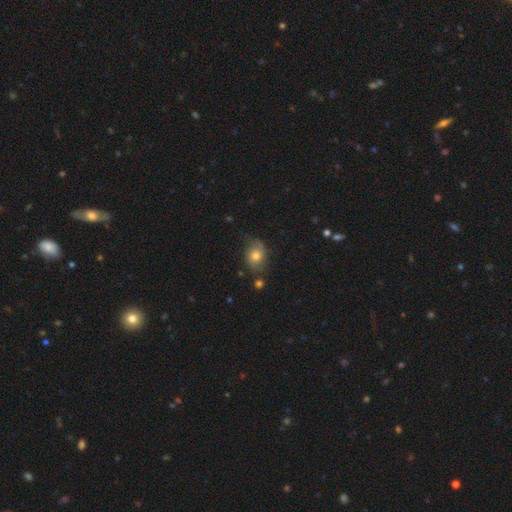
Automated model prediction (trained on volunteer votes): smooth-or-featured: smooth: 61% | featured or disk: 28% | star or artifact: 10%
  how-rounded: in between: 57% | round: 42% | cigar-shaped: 1%
  merging: none: 59% | minor disturbance: 28% | major disturbance: 10% | merger: 3%